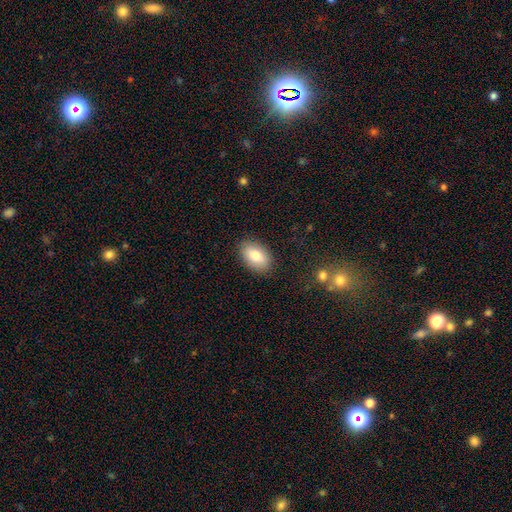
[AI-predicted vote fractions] Smooth or featured? smooth (79%)
How rounded? in between (90%)
Merging? none (87%)